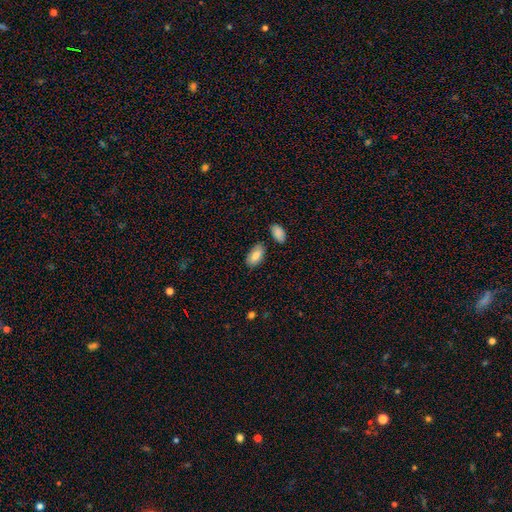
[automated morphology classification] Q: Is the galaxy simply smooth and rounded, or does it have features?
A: smooth — 84%.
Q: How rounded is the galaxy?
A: in between — 94%.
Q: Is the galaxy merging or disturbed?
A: none — 79%.